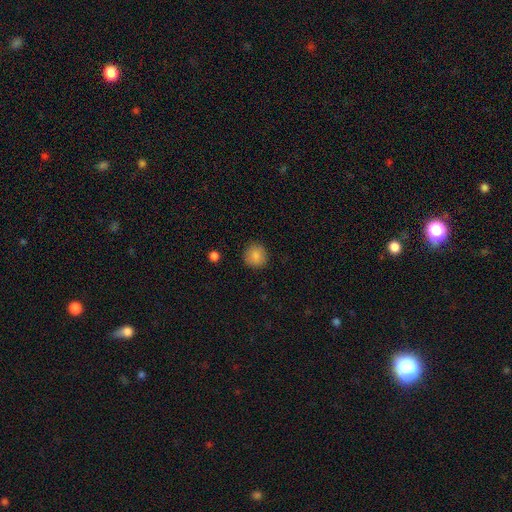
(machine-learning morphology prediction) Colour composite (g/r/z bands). It shows a smooth galaxy with no disk features (87%) that is round (91%). Merging: none (89%).